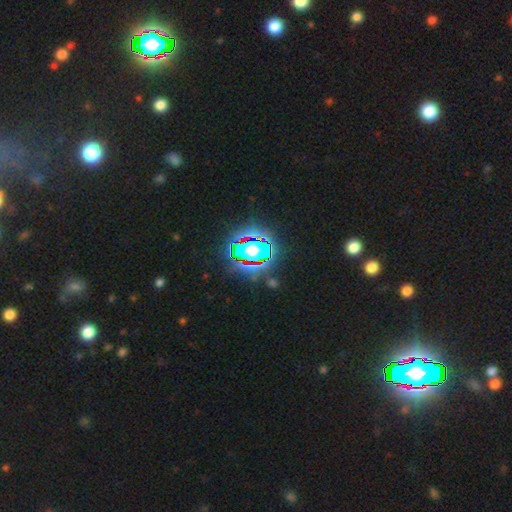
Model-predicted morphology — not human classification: type=star or artifact (80%).